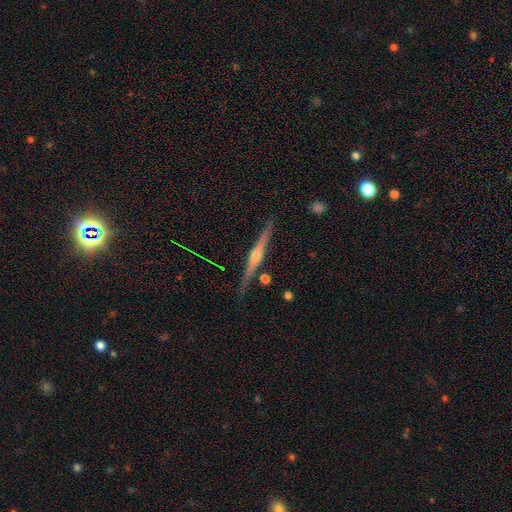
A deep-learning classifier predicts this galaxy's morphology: Smooth or featured?
  - featured or disk: 83% *
  - smooth: 11%
  - star or artifact: 6%
Edge-on disk?
  - yes: 98% *
  - no: 2%
Edge-on bulge?
  - rounded: 89% *
  - none: 6%
  - boxy: 5%
Merging?
  - none: 88% *
  - minor disturbance: 8%
  - merger: 2%
  - major disturbance: 2%